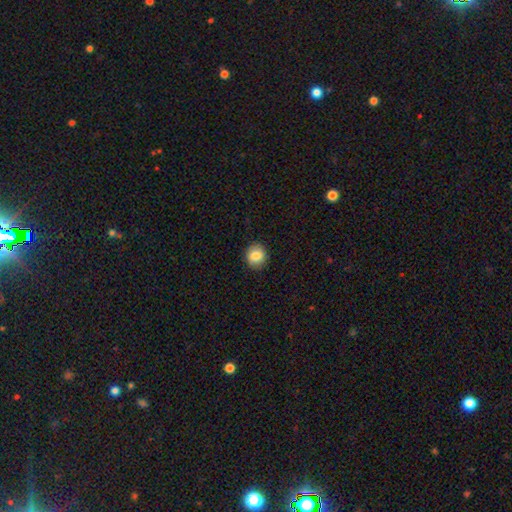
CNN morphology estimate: Smooth or featured?
  - smooth: 84% *
  - star or artifact: 9%
  - featured or disk: 7%
How rounded?
  - round: 85% *
  - in between: 14%
  - cigar-shaped: 1%
Merging?
  - none: 90% *
  - minor disturbance: 7%
  - major disturbance: 2%
  - merger: 1%